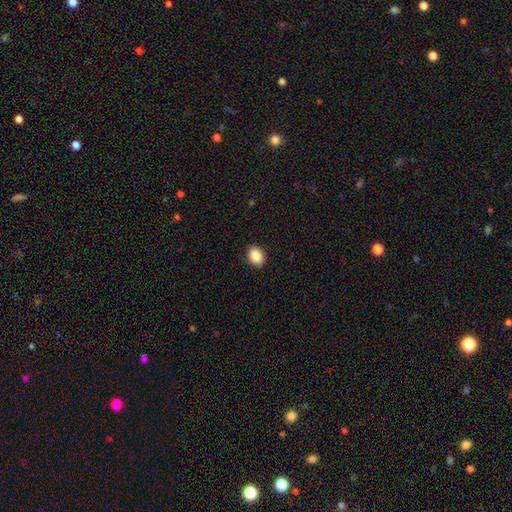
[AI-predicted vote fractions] smooth 88%, star or artifact 8%, featured or disk 4%. Down the decision tree: how rounded — in between (74%); merging — none (91%).